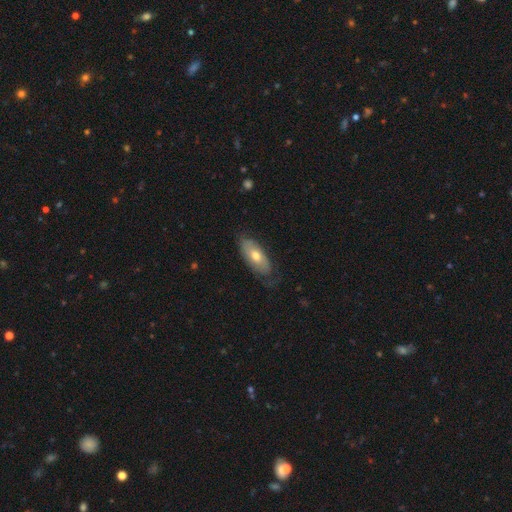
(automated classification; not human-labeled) This is possibly a smooth galaxy (56%). How rounded: clearly in between (85%). Merging: likely none (65%).